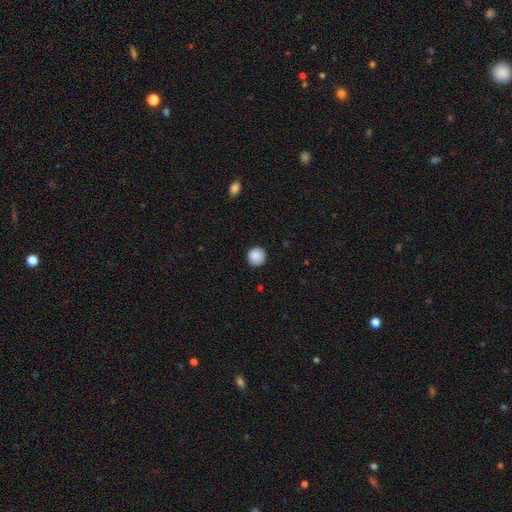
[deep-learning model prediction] A smooth galaxy with no disk features (88%) that is round (94%). Merging: none (89%).